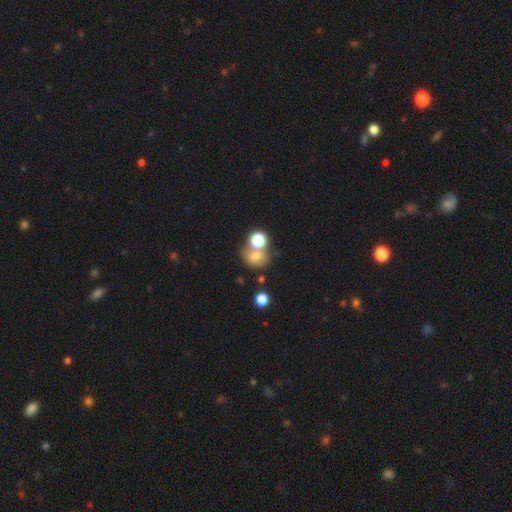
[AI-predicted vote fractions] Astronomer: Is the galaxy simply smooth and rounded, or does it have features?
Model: smooth — 71%.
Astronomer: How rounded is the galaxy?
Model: round — 63%.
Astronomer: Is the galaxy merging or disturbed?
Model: merger — 41%, tied with none at 41%.